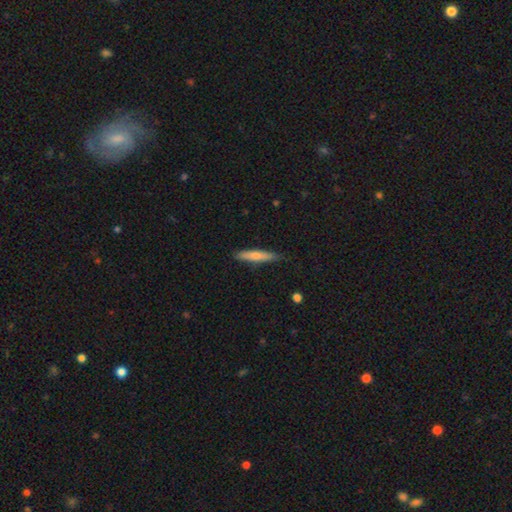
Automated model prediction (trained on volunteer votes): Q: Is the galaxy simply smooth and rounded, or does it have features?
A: smooth — 68%.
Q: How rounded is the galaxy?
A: cigar-shaped — 89%.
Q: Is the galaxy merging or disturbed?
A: none — 82%.